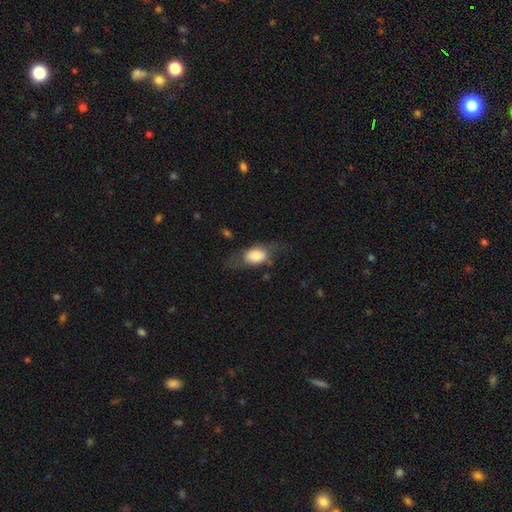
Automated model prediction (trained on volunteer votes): This is likely a smooth galaxy (64%). How rounded: likely in between (80%). Merging: likely none (61%).